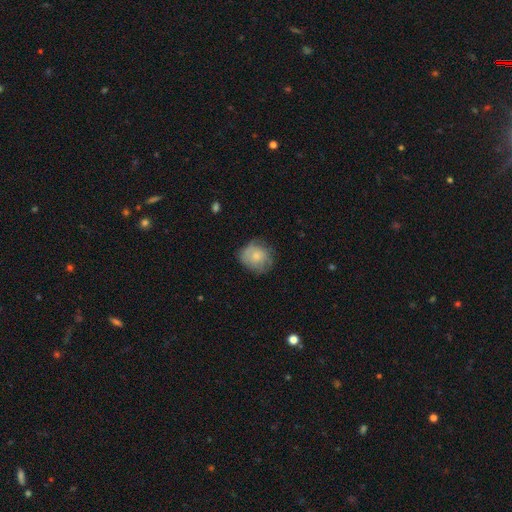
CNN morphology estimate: Overall: smooth (69%). How rounded: round (76%). Merging: none (64%; minor disturbance 26%).